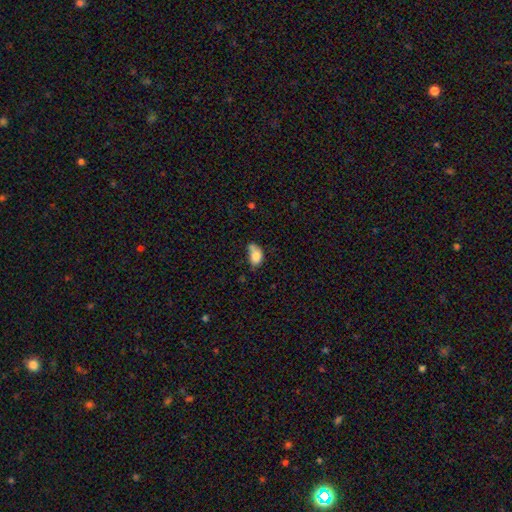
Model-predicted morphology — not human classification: A smooth galaxy with no disk features (80%) that is in between round and cigar-shaped (80%). Merging: none (31%, tied with merger).